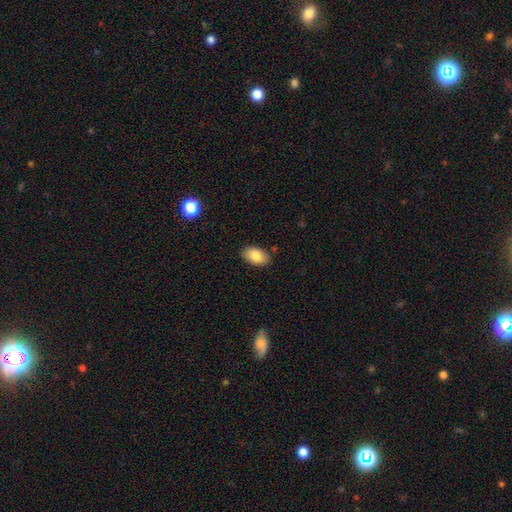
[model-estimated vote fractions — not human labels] Smooth or featured? smooth (84%)
How rounded? in between (92%)
Merging? none (85%)